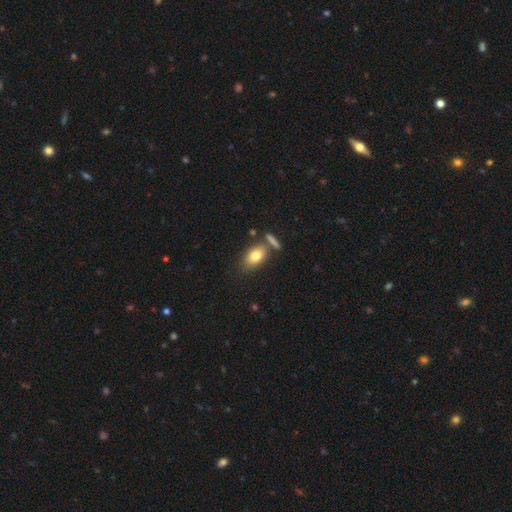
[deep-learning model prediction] Smooth or featured: smooth — 79% (featured or disk — 14%)
How rounded: in between — 86% (round — 10%)
Merging: none — 62% (merger — 19%)